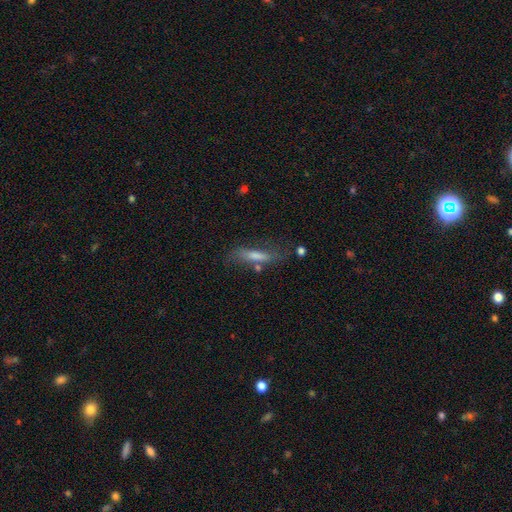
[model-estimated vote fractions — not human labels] A smooth galaxy with no disk features (55%) that is cigar-shaped (81%).

Vote fractions:
- Smooth or featured? smooth: 55% / featured or disk: 36% / star or artifact: 10%
- How rounded? cigar-shaped: 81% / in between: 17% / round: 2%
- Merging? none: 62% / minor disturbance: 21% / major disturbance: 10% / merger: 6%